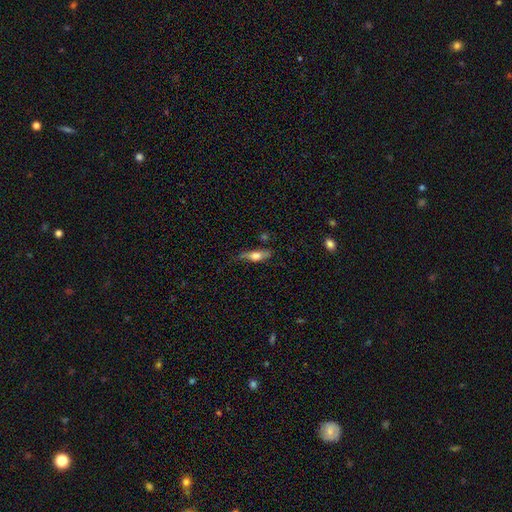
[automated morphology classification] smooth_or_featured: smooth (p=0.54) [alt: featured or disk p=0.39]
how_rounded: cigar-shaped (p=0.54) [alt: in between p=0.42]
merging: none (p=0.65) [alt: minor disturbance p=0.25]